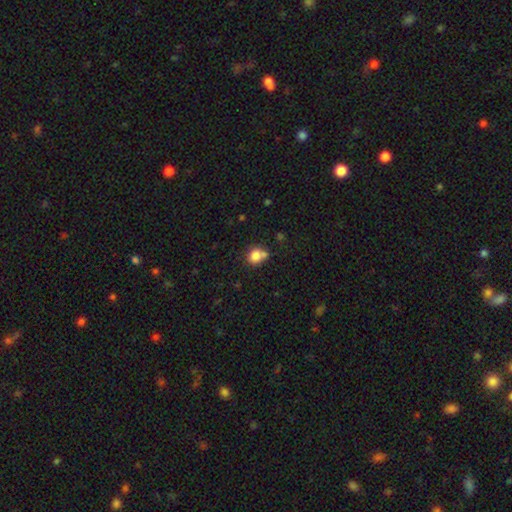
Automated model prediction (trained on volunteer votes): Smooth or featured?
  - smooth: 80% *
  - star or artifact: 11%
  - featured or disk: 9%
How rounded?
  - round: 77% *
  - in between: 22%
  - cigar-shaped: 1%
Merging?
  - none: 53% *
  - merger: 27%
  - minor disturbance: 15%
  - major disturbance: 5%